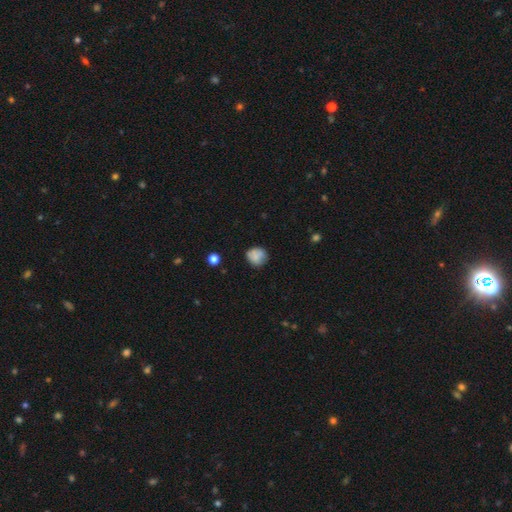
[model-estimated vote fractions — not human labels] This is likely a smooth galaxy (78%). How rounded: clearly round (82%). Merging: likely none (72%).